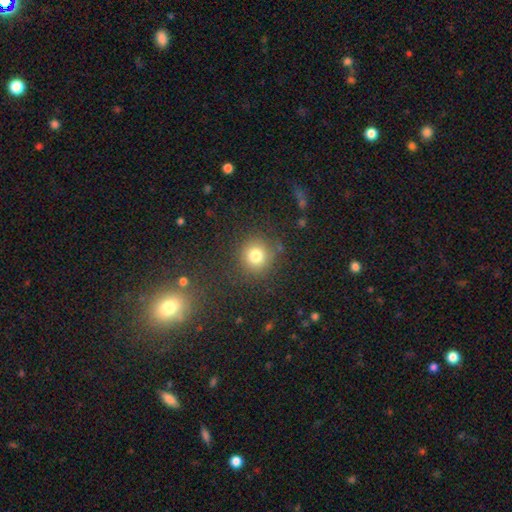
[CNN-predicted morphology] Overall: smooth (79%). How rounded: round (91%). Merging: none (84%).